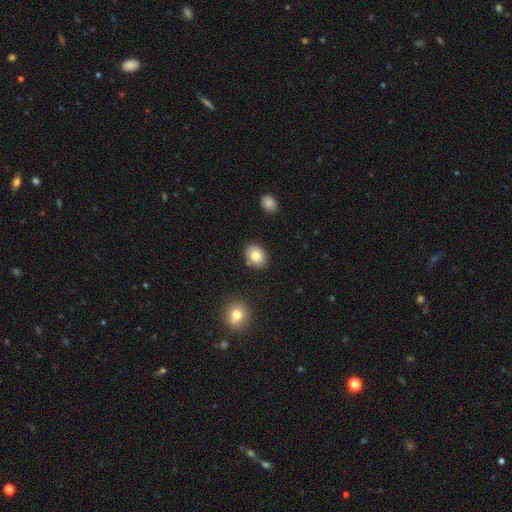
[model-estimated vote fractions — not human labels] A smooth galaxy with no disk features (81%) that is round (51%). Merging: none (87%).